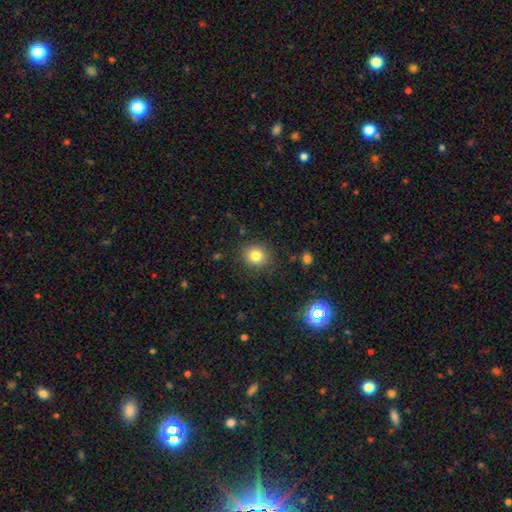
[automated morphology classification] This appears to be a smooth galaxy with no disk features (81%) that is round (87%). Merging: none (88%).